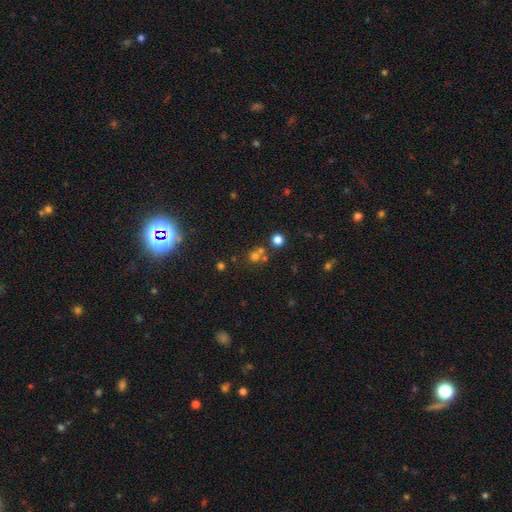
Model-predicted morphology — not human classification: This appears to be a smooth galaxy with no disk features (62%) that is round (88%). Merging: none (56%).